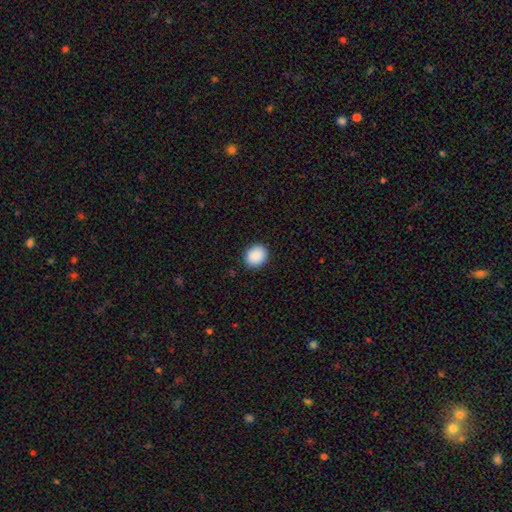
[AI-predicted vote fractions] A smooth galaxy with no disk features (90%) that is round (63%).

Vote fractions:
- Smooth or featured? smooth: 90% / star or artifact: 8% / featured or disk: 2%
- How rounded? round: 63% / in between: 36% / cigar-shaped: 1%
- Merging? none: 89% / minor disturbance: 8% / major disturbance: 2% / merger: 1%